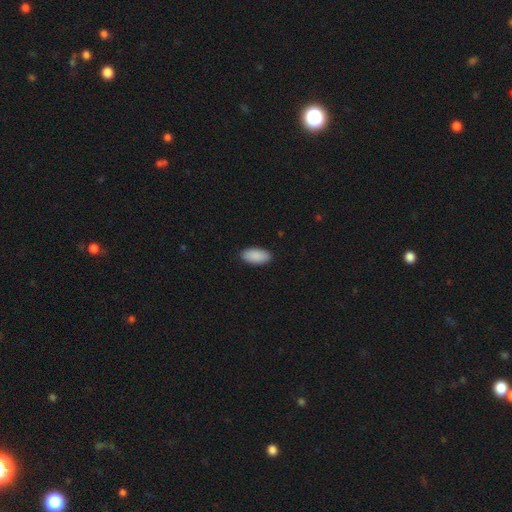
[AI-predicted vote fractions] This is clearly a smooth galaxy (91%). How rounded: clearly in between (95%). Merging: clearly none (90%).